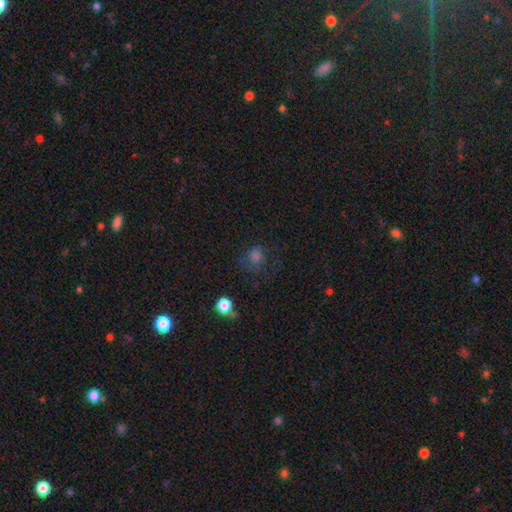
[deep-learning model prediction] Overall: smooth (64%). How rounded: round (81%). Merging: none (54%; major disturbance 22%).